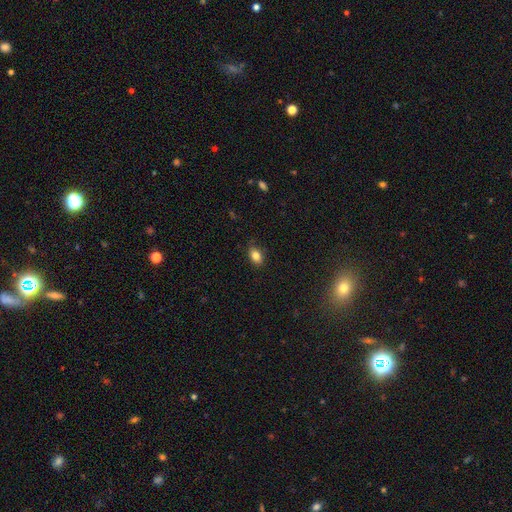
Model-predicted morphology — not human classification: Smooth or featured? smooth (83%)
How rounded? in between (79%)
Merging? none (84%)